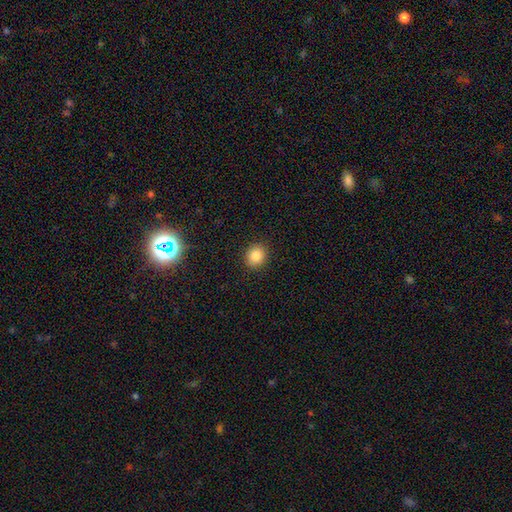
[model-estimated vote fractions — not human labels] A smooth galaxy with no disk features (85%) that is round (71%).

Vote fractions:
- Smooth or featured? smooth: 85% / star or artifact: 11% / featured or disk: 4%
- How rounded? round: 71% / in between: 28% / cigar-shaped: 1%
- Merging? none: 90% / minor disturbance: 7% / major disturbance: 2% / merger: 1%